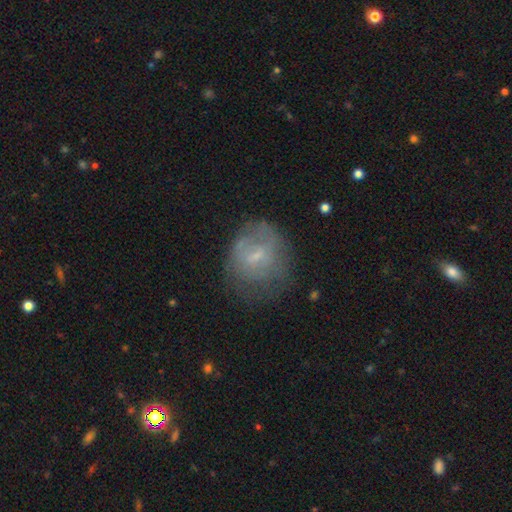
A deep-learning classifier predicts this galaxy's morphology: Smooth or featured: smooth — 46% (featured or disk — 44%)
Merging: none — 52% (minor disturbance — 25%)